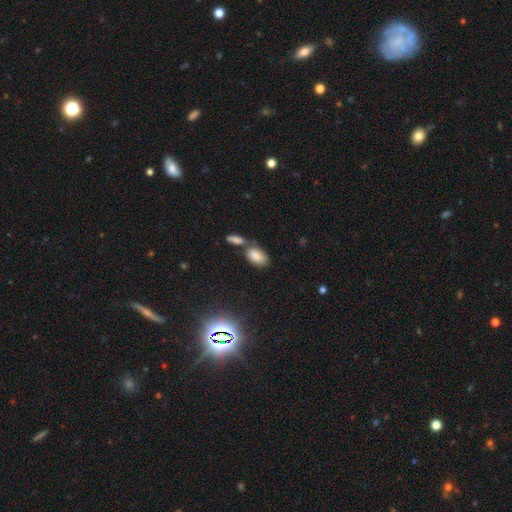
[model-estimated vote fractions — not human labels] A smooth galaxy with no disk features (82%) that is in between round and cigar-shaped (92%).

Vote fractions:
- Smooth or featured? smooth: 82% / star or artifact: 10% / featured or disk: 8%
- How rounded? in between: 92% / round: 5% / cigar-shaped: 3%
- Merging? none: 47% / merger: 36% / minor disturbance: 12% / major disturbance: 4%